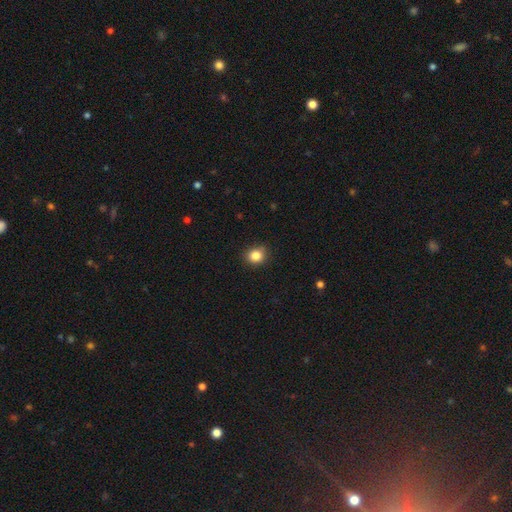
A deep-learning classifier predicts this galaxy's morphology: A smooth galaxy with no disk features (85%) that is round (75%). Merging: none (84%).